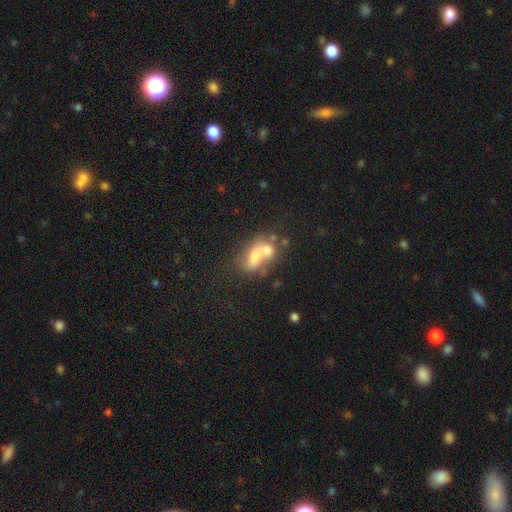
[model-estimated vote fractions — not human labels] Smooth or featured? smooth (58%)
How rounded? in between (77%)
Merging? merger (58%)